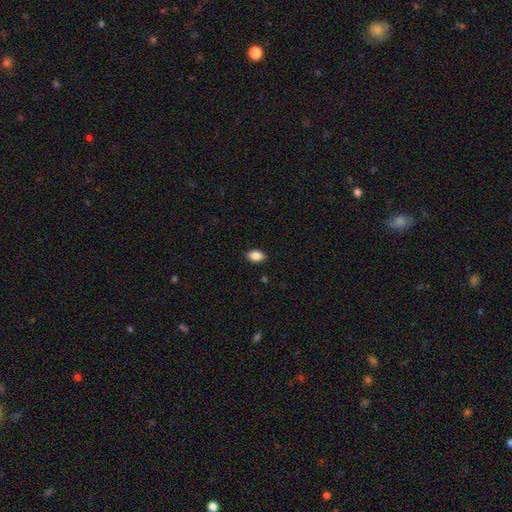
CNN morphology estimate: Smooth or featured? Predicted: smooth (p=0.87). How rounded? Predicted: in between (p=0.85). Merging? Predicted: none (p=0.88).